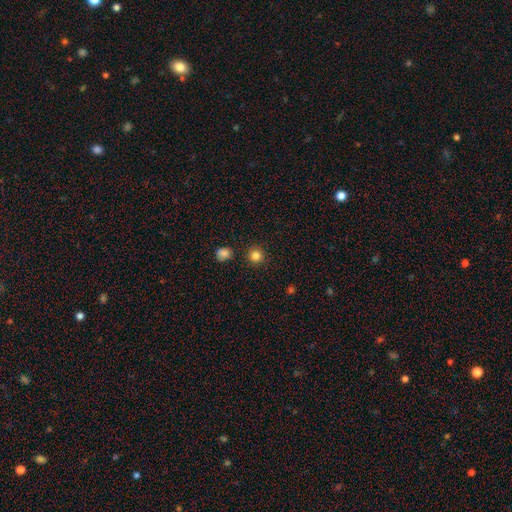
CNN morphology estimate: This is clearly a smooth galaxy (84%). How rounded: clearly round (94%). Merging: clearly none (91%).